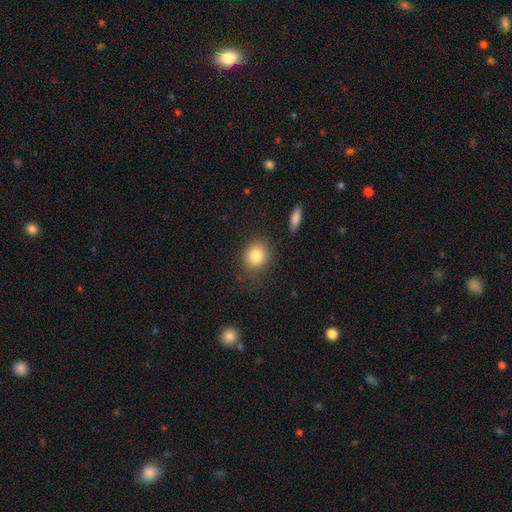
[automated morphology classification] This is clearly a smooth galaxy (82%). How rounded: likely round (79%). Merging: clearly none (83%).